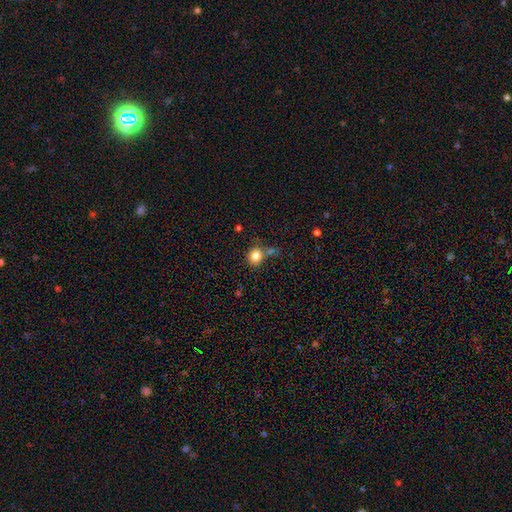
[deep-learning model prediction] This is clearly a smooth galaxy (84%). How rounded: likely round (73%). Merging: likely none (66%).